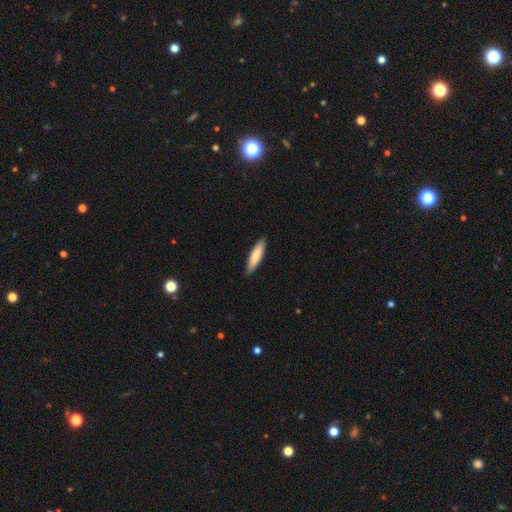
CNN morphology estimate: Q: Smooth or featured?
A: smooth (81%); runner-up: featured or disk (14%)
Q: How rounded?
A: cigar-shaped (72%); runner-up: in between (26%)
Q: Merging?
A: none (90%); runner-up: minor disturbance (8%)